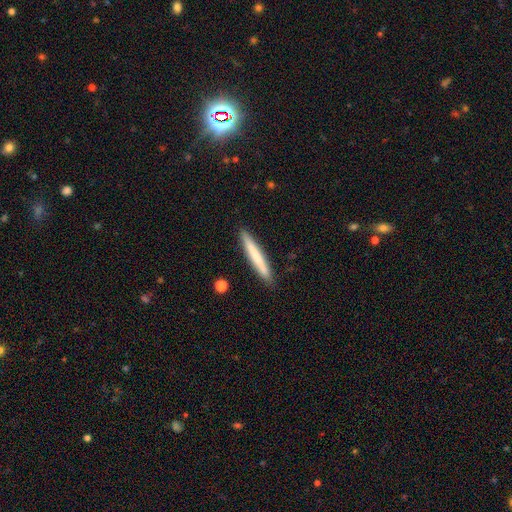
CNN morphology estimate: smooth 69%, featured or disk 26%, star or artifact 6%. Down the decision tree: how rounded — cigar-shaped (96%); merging — none (91%).